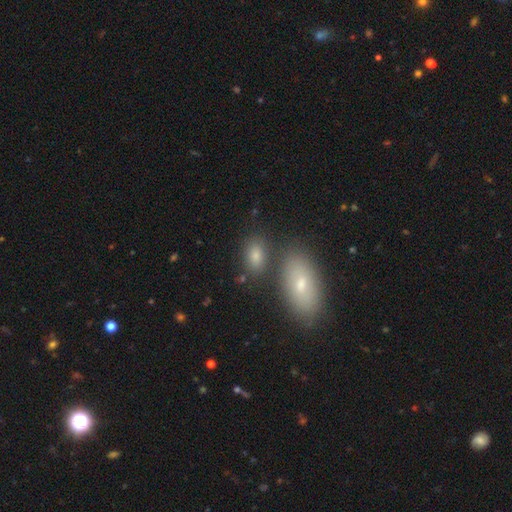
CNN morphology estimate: Smooth or featured? smooth (77%)
How rounded? in between (86%)
Merging? none (69%)